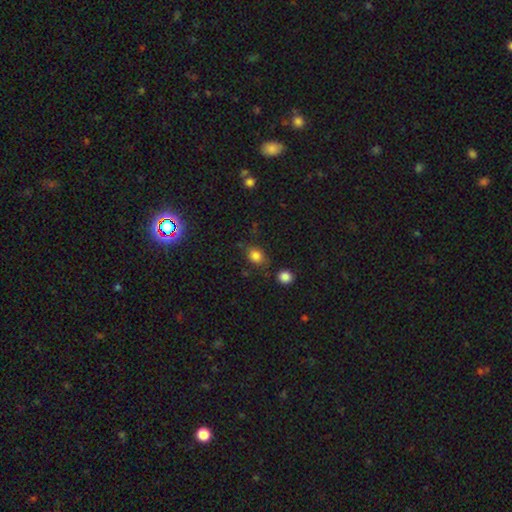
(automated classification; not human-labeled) Morphology: type=smooth (82%); roundness=in between (56%); merging=none (73%).